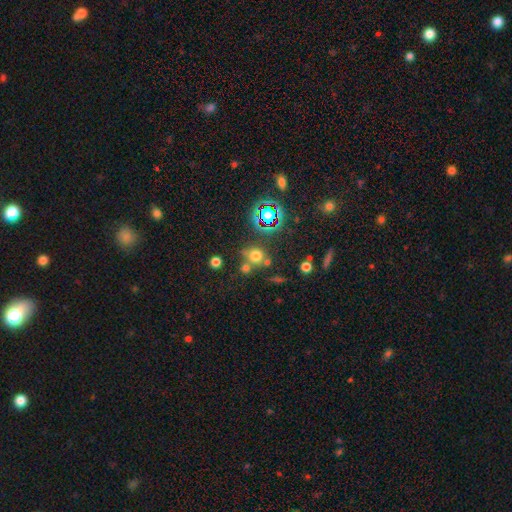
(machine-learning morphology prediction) This is likely a smooth galaxy (63%). How rounded: clearly round (87%). Merging: likely none (63%).